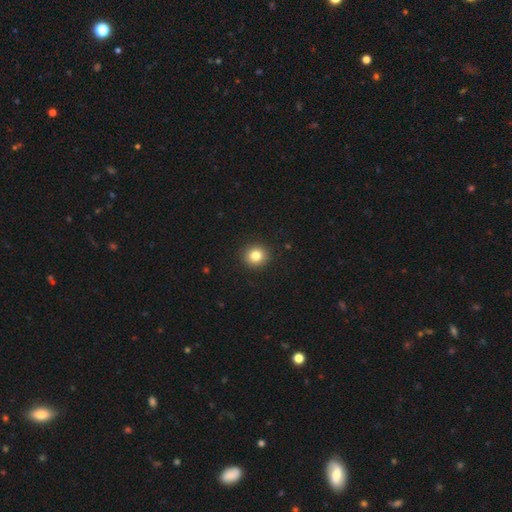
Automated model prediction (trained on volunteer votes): Smooth or featured?
  - smooth: 82% *
  - star or artifact: 11%
  - featured or disk: 7%
How rounded?
  - round: 89% *
  - in between: 10%
  - cigar-shaped: 1%
Merging?
  - none: 92% *
  - minor disturbance: 5%
  - major disturbance: 2%
  - merger: 1%